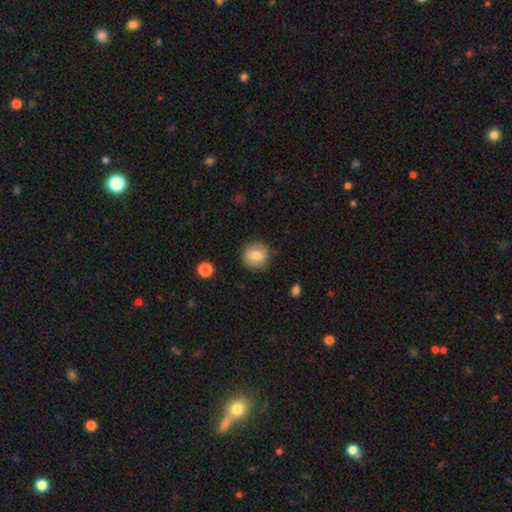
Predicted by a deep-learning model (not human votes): This appears to be a smooth galaxy with no disk features (78%) that is round (88%). Merging: none (85%).